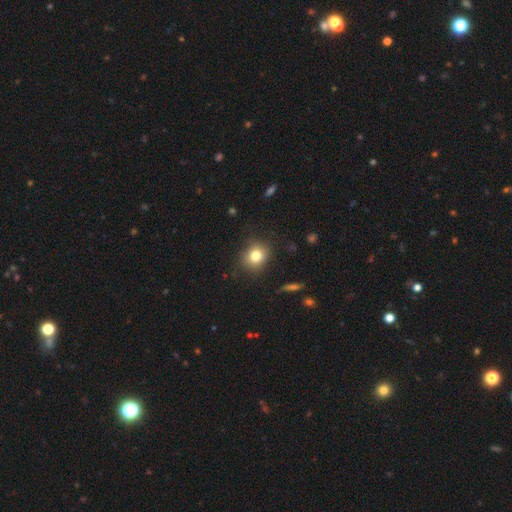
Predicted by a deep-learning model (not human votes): smooth-or-featured: smooth: 80% | star or artifact: 12% | featured or disk: 9%
  how-rounded: round: 76% | in between: 23% | cigar-shaped: 1%
  merging: none: 85% | minor disturbance: 11% | major disturbance: 3% | merger: 1%